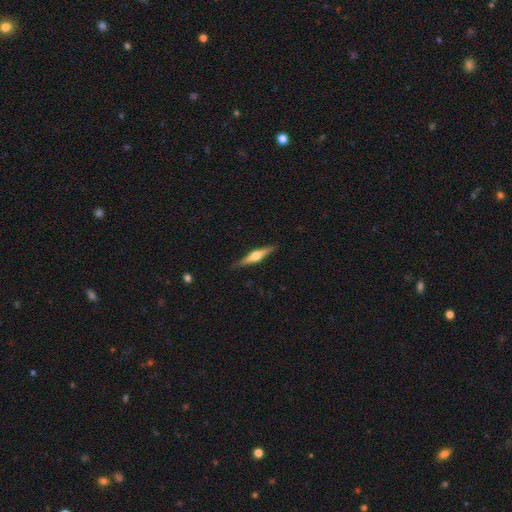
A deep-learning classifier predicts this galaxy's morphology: type=featured or disk (70%); edge-on=yes (97%); edge-on bulge=rounded (93%); merging=none (88%).